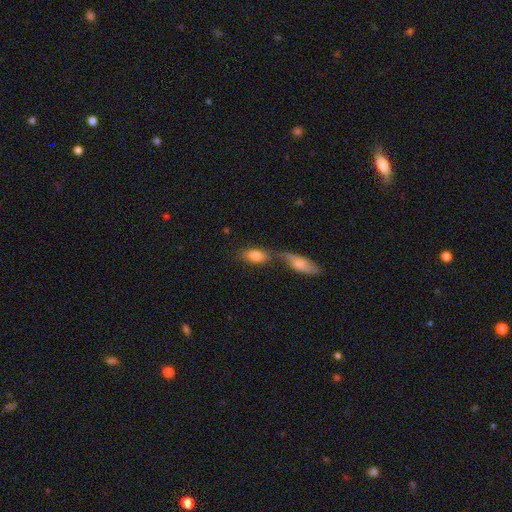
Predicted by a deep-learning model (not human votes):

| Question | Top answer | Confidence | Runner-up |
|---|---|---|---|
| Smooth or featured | smooth | 78% | featured or disk (14%) |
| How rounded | in between | 87% | cigar-shaped (7%) |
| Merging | merger | 42% | tied: none (42%) |